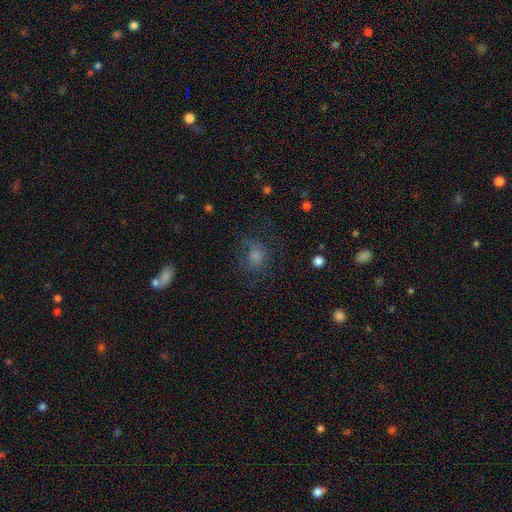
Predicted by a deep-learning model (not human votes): This appears to be a smooth galaxy with no disk features (54%) that is round (74%). Merging: none (64%).